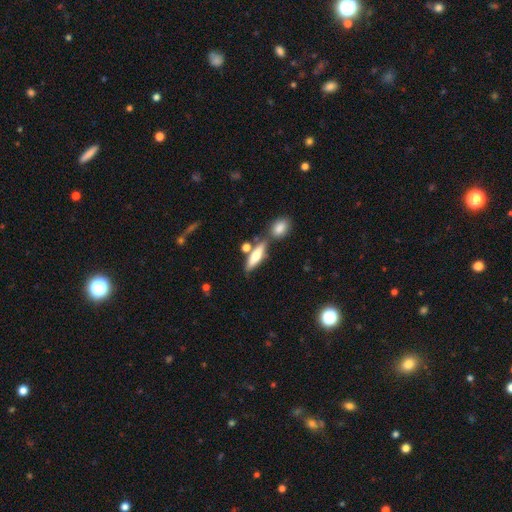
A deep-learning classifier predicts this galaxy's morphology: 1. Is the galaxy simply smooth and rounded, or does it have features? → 61% smooth, 32% featured or disk, 7% star or artifact.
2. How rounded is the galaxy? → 57% cigar-shaped, 40% in between, 3% round.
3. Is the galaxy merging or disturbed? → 63% none, 20% merger, 13% minor disturbance, 4% major disturbance.